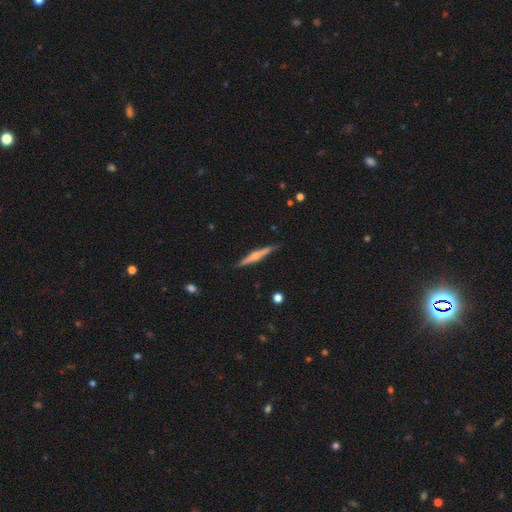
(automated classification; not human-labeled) smooth-or-featured: featured or disk: 69% | smooth: 25% | star or artifact: 6%
  disk-edge-on: yes: 98% | no: 2%
    edge-on-bulge: rounded: 85% | none: 8% | boxy: 7%
  merging: none: 88% | minor disturbance: 9% | major disturbance: 2% | merger: 1%